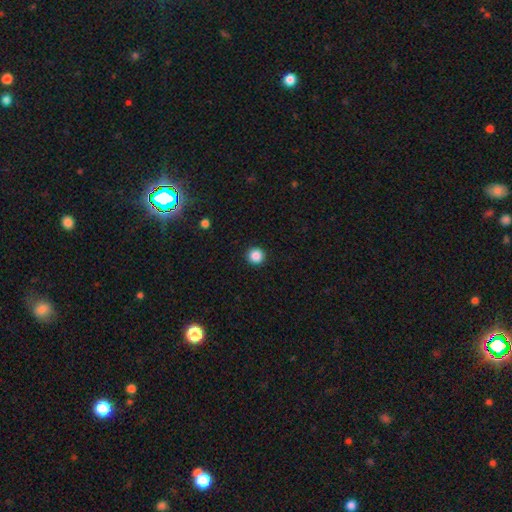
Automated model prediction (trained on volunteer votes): smooth 87%, star or artifact 10%, featured or disk 3%. Down the decision tree: how rounded — round (96%); merging — none (93%).